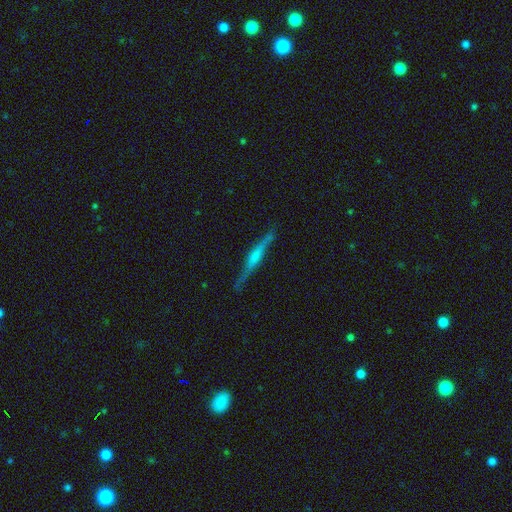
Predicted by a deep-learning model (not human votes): Q: Smooth or featured?
A: featured or disk (69%); runner-up: smooth (24%)
Q: Edge-on disk?
A: yes (96%); runner-up: no (4%)
Q: Edge-on bulge?
A: rounded (48%); runner-up: boxy (30%)
Q: Merging?
A: none (82%); runner-up: minor disturbance (13%)